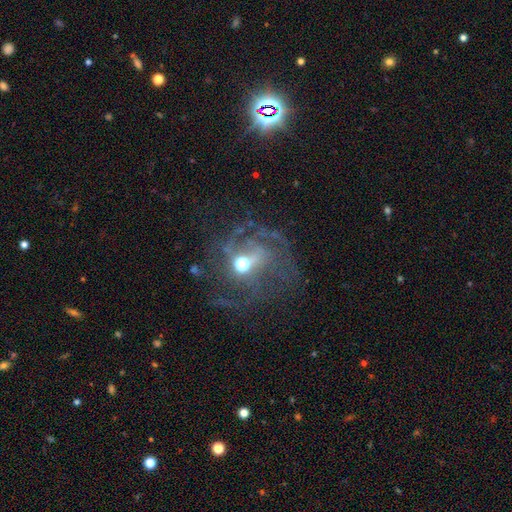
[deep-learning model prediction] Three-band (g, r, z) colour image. It shows a featured or disk galaxy (70%) with no bar (53%), medium (41%) spiral arms (77%) and a moderate central bulge (63%). Merging: none (57%).